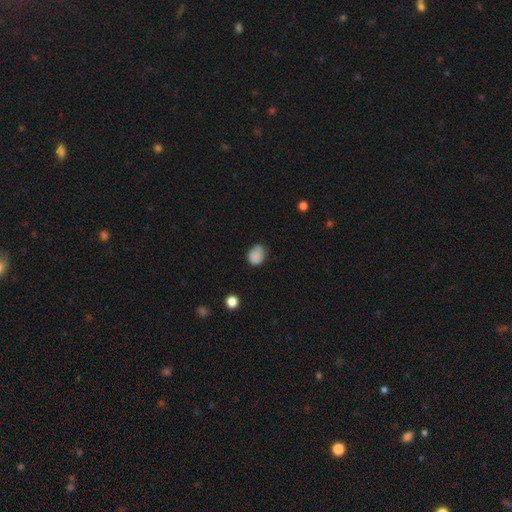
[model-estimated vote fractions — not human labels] Smooth or featured? Predicted: smooth (p=0.84). How rounded? Predicted: round (p=0.50). Merging? Predicted: none (p=0.61).